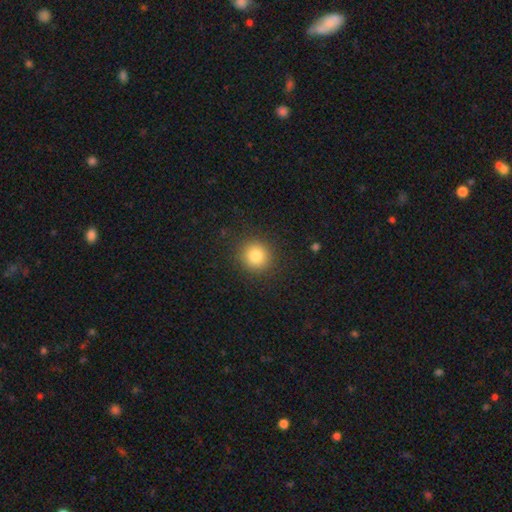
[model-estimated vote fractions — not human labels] This appears to be a smooth galaxy with no disk features (82%) that is round (92%). Merging: none (90%).